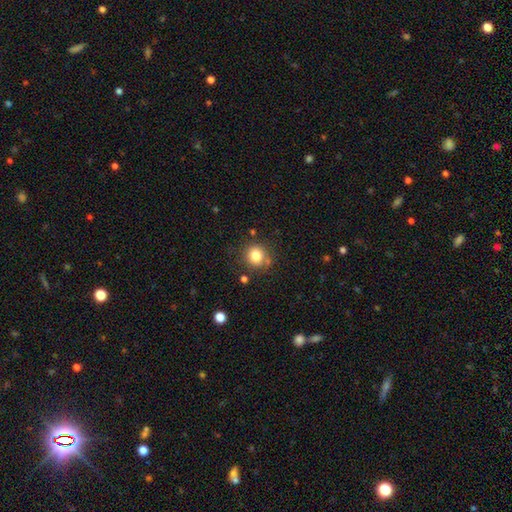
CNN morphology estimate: Smooth or featured?
  - smooth: 81% *
  - star or artifact: 12%
  - featured or disk: 8%
How rounded?
  - round: 86% *
  - in between: 13%
  - cigar-shaped: 1%
Merging?
  - none: 77% *
  - minor disturbance: 13%
  - merger: 6%
  - major disturbance: 4%